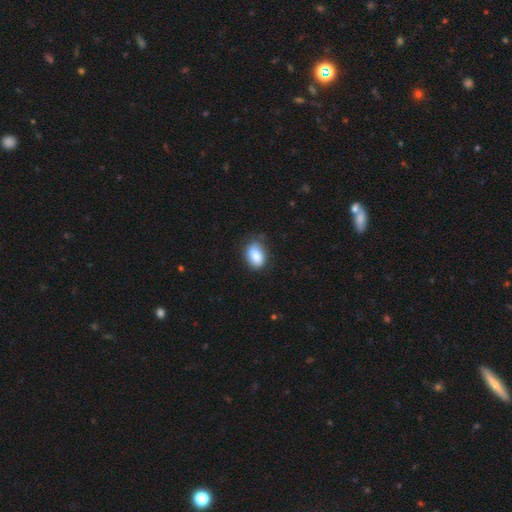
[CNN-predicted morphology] Smooth or featured: smooth — 85% (featured or disk — 8%)
How rounded: in between — 84% (round — 15%)
Merging: none — 71% (minor disturbance — 23%)